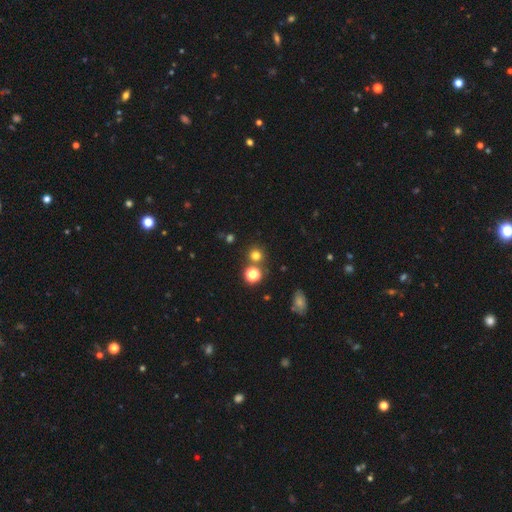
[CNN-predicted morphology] smooth_or_featured: smooth (p=0.72) [alt: star or artifact p=0.21]
how_rounded: round (p=0.90) [alt: in between p=0.09]
merging: none (p=0.77) [alt: merger p=0.13]